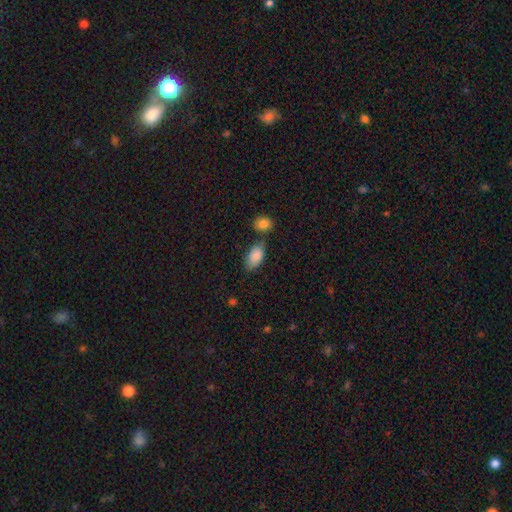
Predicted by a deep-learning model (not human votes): smooth 87%, featured or disk 7%, star or artifact 7%. Down the decision tree: how rounded — in between (93%); merging — none (63%).